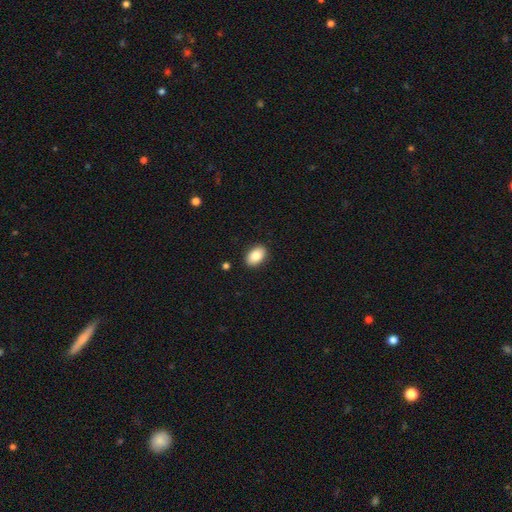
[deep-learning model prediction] A smooth galaxy with no disk features (87%) that is in between round and cigar-shaped (88%).

Vote fractions:
- Smooth or featured? smooth: 87% / star or artifact: 7% / featured or disk: 6%
- How rounded? in between: 88% / round: 11% / cigar-shaped: 1%
- Merging? none: 90% / minor disturbance: 7% / major disturbance: 2% / merger: 1%